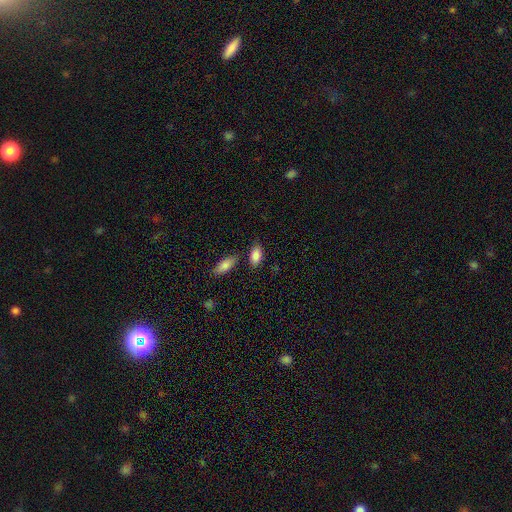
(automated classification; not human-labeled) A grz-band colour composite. It shows a smooth galaxy with no disk features (87%) that is in between round and cigar-shaped (91%). Merging: none (76%).